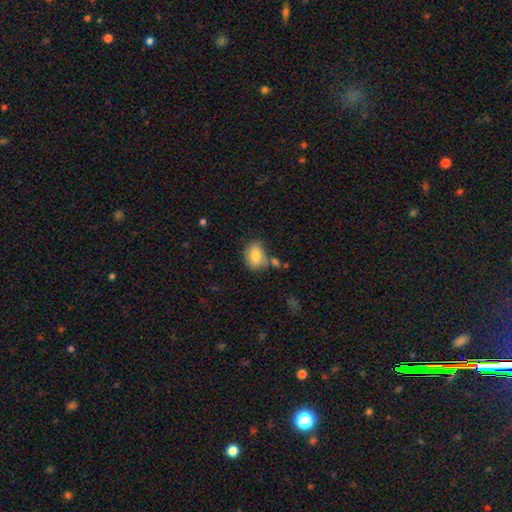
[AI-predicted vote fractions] Overall: smooth (78%). How rounded: in between (62%; round 37%). Merging: none (60%; minor disturbance 21%).